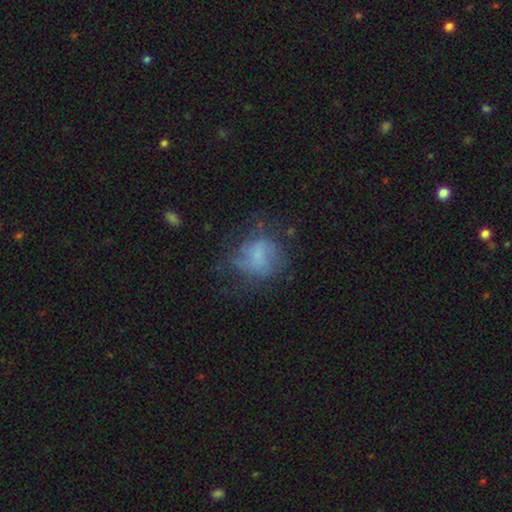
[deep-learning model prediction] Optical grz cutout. It shows a smooth galaxy with no disk features (49%). Merging: none (51%).